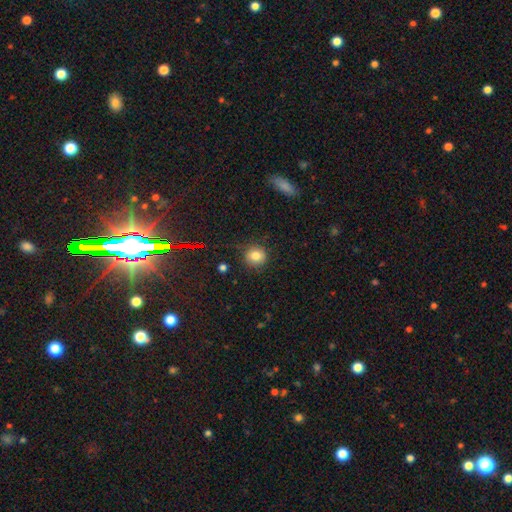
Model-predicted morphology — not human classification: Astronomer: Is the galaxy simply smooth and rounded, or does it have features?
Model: smooth — 79%.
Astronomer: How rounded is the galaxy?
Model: round — 87%.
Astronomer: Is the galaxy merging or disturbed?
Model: none — 83%.